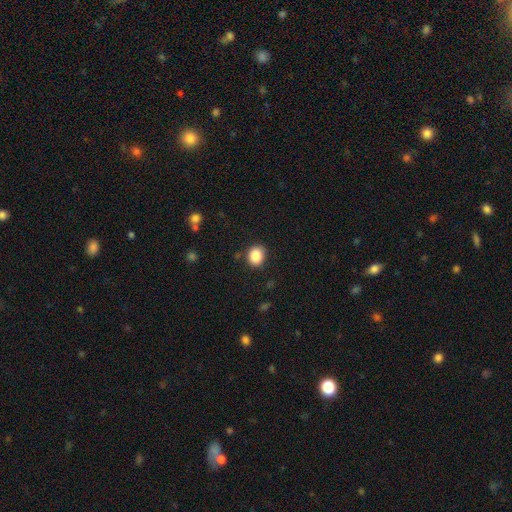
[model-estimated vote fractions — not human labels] Morphology: type=smooth (87%); roundness=round (69%); merging=none (85%).